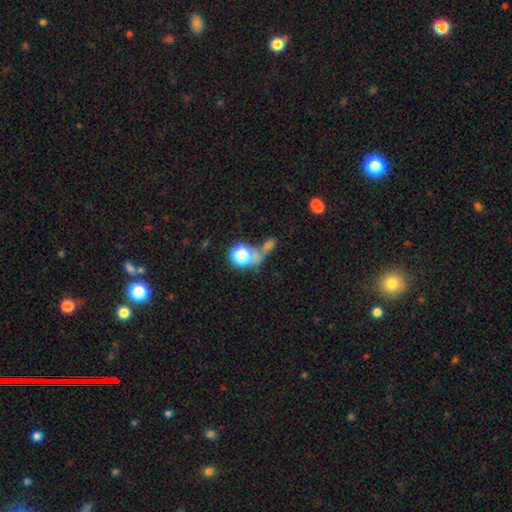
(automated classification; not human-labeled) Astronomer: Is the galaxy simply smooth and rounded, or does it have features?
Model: smooth — 58%.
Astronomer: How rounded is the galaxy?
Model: round — 62%.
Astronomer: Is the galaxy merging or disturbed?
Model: none — 36%, tied with merger at 36%.